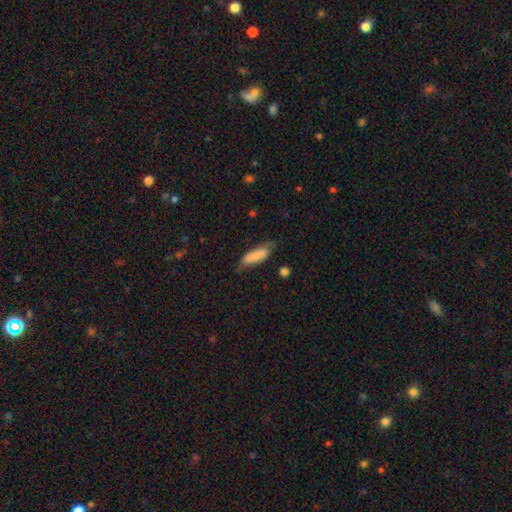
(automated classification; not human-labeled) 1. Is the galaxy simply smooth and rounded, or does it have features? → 72% smooth, 22% featured or disk, 7% star or artifact.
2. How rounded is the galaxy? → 56% in between, 41% cigar-shaped, 2% round.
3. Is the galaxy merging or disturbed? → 51% none, 33% minor disturbance, 12% major disturbance, 3% merger.